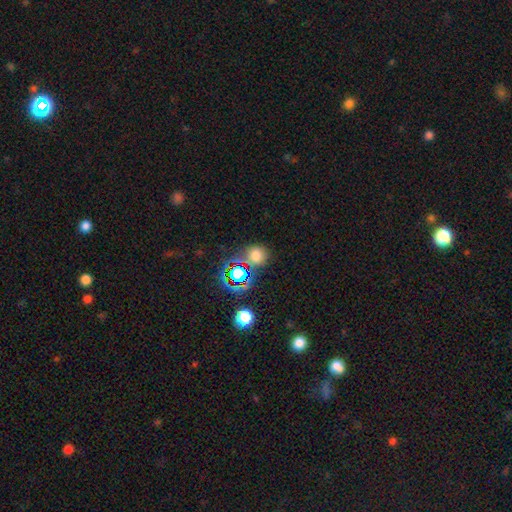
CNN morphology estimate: smooth-or-featured: smooth: 64% | star or artifact: 29% | featured or disk: 7%
  how-rounded: round: 79% | in between: 20% | cigar-shaped: 1%
  merging: none: 72% | minor disturbance: 13% | merger: 10% | major disturbance: 5%